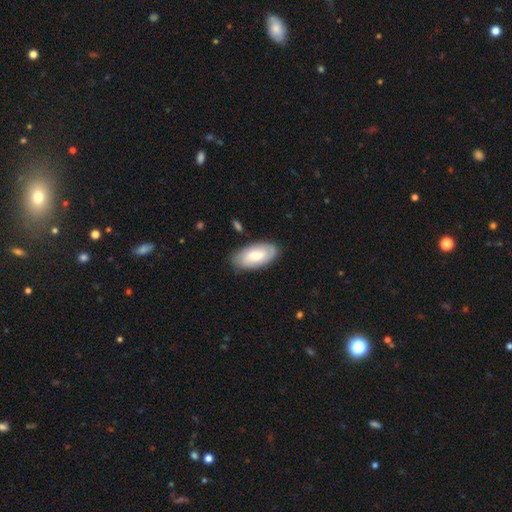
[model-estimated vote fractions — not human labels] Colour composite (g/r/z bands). It shows a smooth galaxy with no disk features (61%) that is in between round and cigar-shaped (94%). Merging: none (81%).